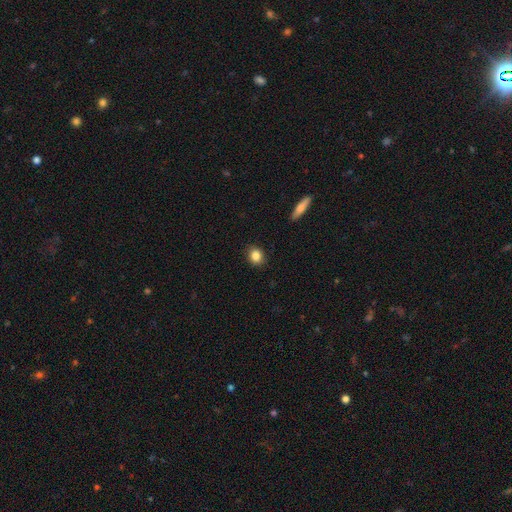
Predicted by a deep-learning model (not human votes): Smooth or featured? smooth (86%)
How rounded? round (69%)
Merging? none (89%)